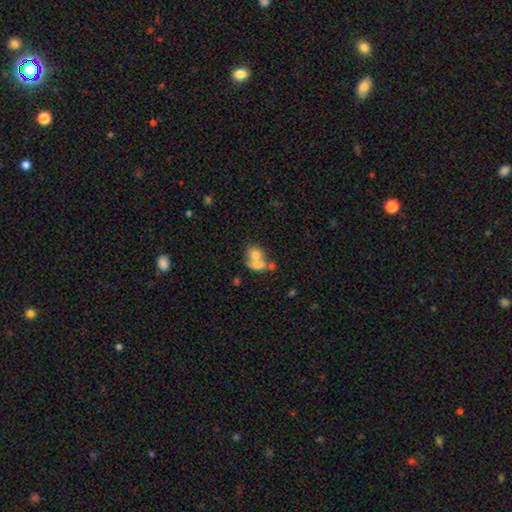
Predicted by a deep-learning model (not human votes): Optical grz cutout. It shows a smooth galaxy with no disk features (70%) that is in between round and cigar-shaped (54%). Merging: merger (68%).